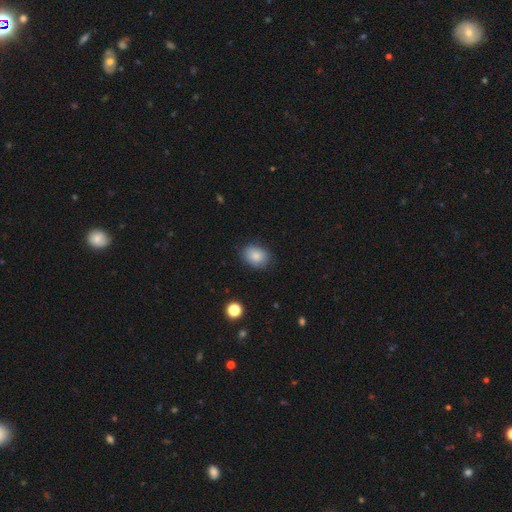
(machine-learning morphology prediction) type=smooth (85%); roundness=in between (64%); merging=none (82%).